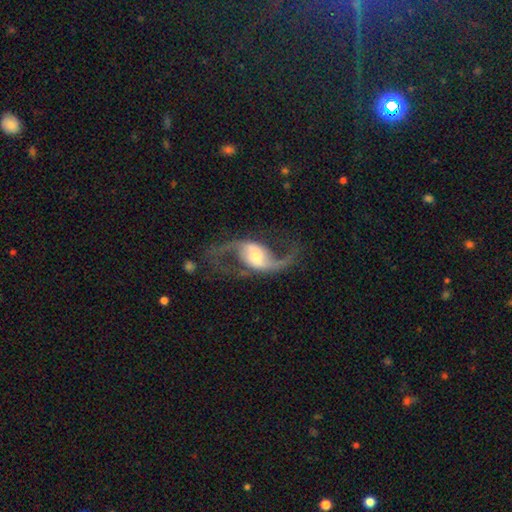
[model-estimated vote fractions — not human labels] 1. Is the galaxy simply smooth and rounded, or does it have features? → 90% featured or disk, 5% smooth, 4% star or artifact.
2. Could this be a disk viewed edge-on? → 97% no, 3% yes.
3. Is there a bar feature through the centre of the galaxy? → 38% weak, 34% no, 29% strong.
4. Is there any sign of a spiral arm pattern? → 97% yes, 3% no.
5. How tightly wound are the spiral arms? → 75% loose, 21% medium, 4% tight.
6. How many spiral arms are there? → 93% 2, 2% 1, 1% can't tell, 1% 3, 1% 4, 1% more than 4.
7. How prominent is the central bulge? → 52% moderate, 35% small, 10% large, 2% dominant, 2% none.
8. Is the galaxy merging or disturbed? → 72% none, 13% minor disturbance, 13% major disturbance, 2% merger.